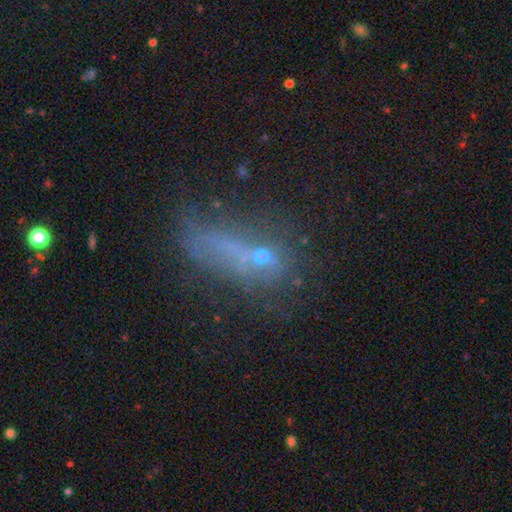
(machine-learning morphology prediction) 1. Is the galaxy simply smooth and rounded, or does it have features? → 39% smooth, 32% featured or disk, 29% star or artifact.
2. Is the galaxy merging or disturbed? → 42% none, 26% major disturbance, 19% minor disturbance, 13% merger.